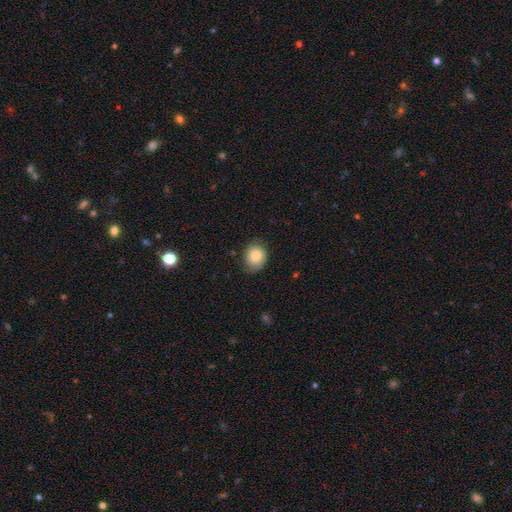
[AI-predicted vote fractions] smooth_or_featured: smooth (p=0.79) [alt: featured or disk p=0.13]
how_rounded: round (p=0.61) [alt: in between p=0.38]
merging: none (p=0.73) [alt: minor disturbance p=0.22]